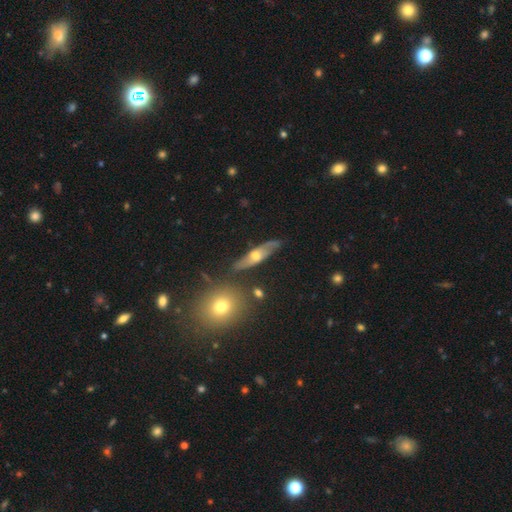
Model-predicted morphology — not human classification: smooth_or_featured: featured or disk (p=0.63) [alt: smooth p=0.28]
disk_edge_on: yes (p=0.53) [alt: no p=0.47]
merging: none (p=0.74) [alt: minor disturbance p=0.17]